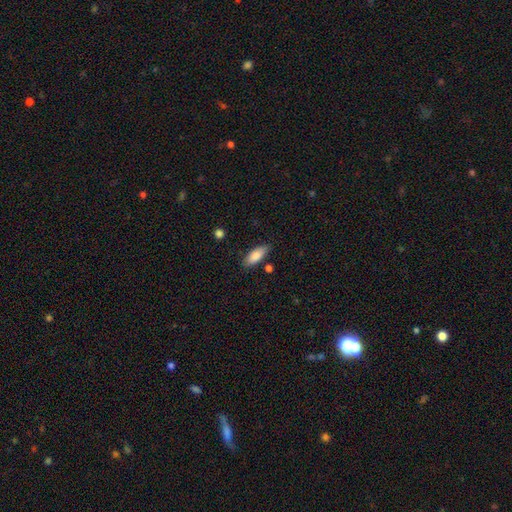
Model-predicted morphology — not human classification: A smooth galaxy with no disk features (83%) that is in between round and cigar-shaped (75%).

Vote fractions:
- Smooth or featured? smooth: 83% / featured or disk: 11% / star or artifact: 6%
- How rounded? in between: 75% / cigar-shaped: 23% / round: 2%
- Merging? none: 80% / minor disturbance: 14% / merger: 3% / major disturbance: 3%